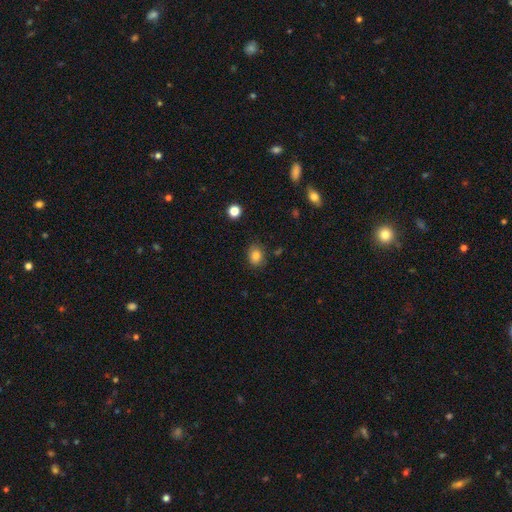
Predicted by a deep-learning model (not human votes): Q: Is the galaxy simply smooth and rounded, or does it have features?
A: smooth — 84%.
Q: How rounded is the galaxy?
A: in between — 58%.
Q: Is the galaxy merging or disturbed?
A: none — 80%.